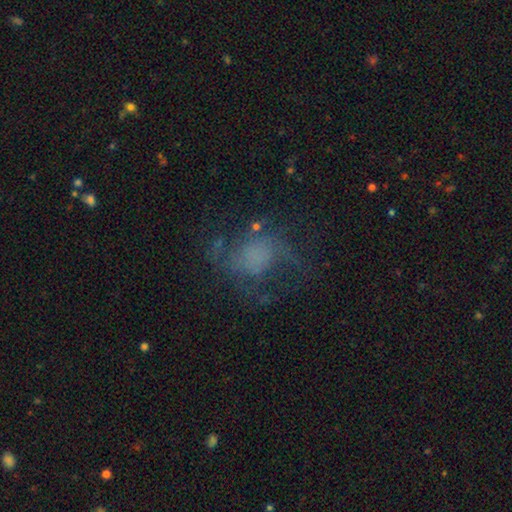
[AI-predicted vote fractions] Smooth or featured? featured or disk (48%)
Merging? none (51%)